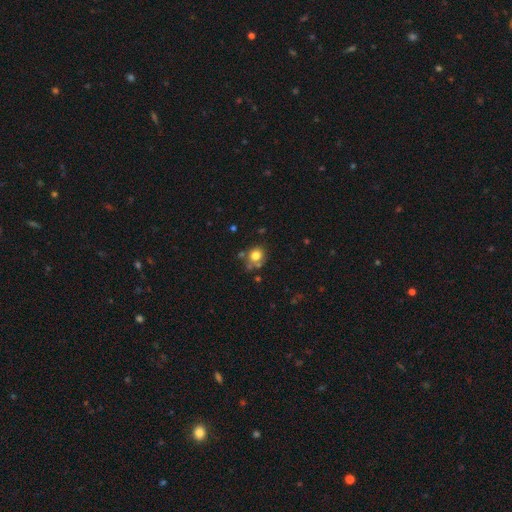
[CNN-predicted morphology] smooth_or_featured: smooth (p=0.76) [alt: star or artifact p=0.12]
how_rounded: round (p=0.76) [alt: in between p=0.23]
merging: none (p=0.60) [alt: minor disturbance p=0.17]